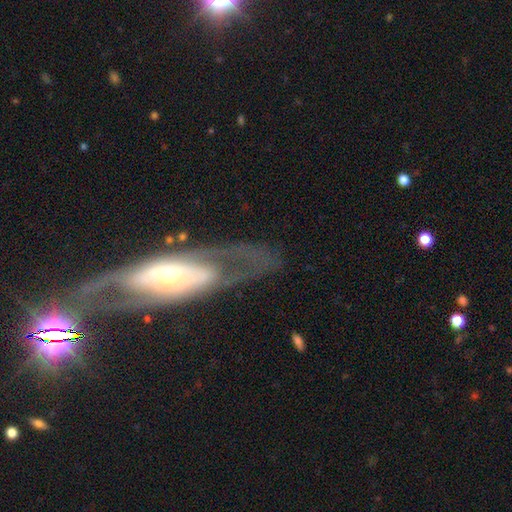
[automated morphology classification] Smooth or featured? Predicted: featured or disk (p=0.74). Edge-on disk? Predicted: no (p=0.79). Bar? Predicted: no (p=0.62). Spiral arms? Predicted: yes (p=0.64). Bulge size? Predicted: small (p=0.58). Merging? Predicted: none (p=0.66).